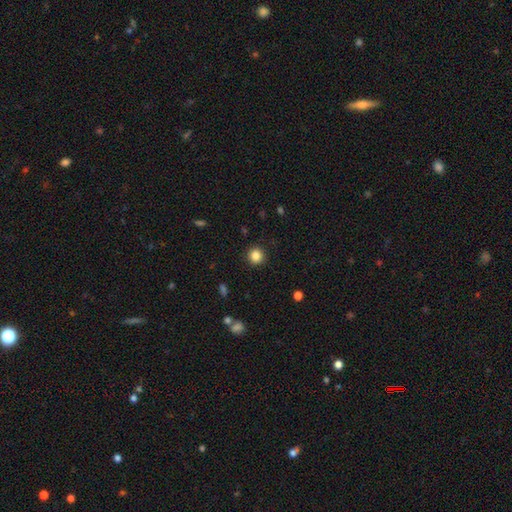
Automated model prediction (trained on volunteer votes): Smooth or featured? smooth (85%)
How rounded? round (93%)
Merging? none (91%)